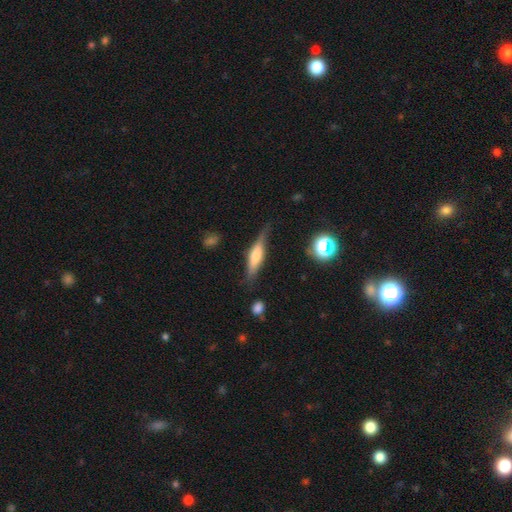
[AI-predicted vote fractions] featured or disk 52%, smooth 40%, star or artifact 7%. Down the decision tree: edge-on disk — yes (93%); merging — none (72%).